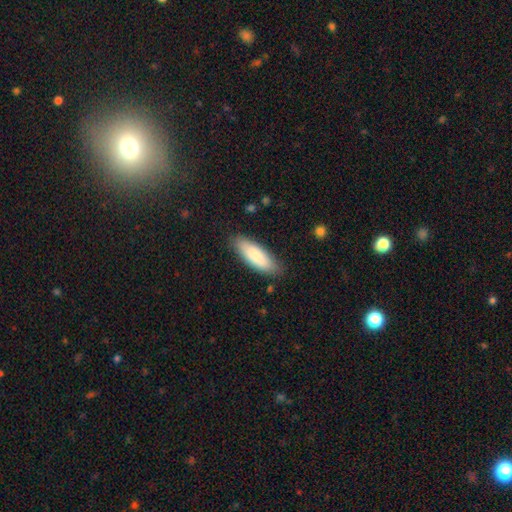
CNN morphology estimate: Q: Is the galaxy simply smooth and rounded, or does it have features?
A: smooth — 84%.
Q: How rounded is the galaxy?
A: in between — 63%.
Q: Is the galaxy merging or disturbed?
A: none — 84%.